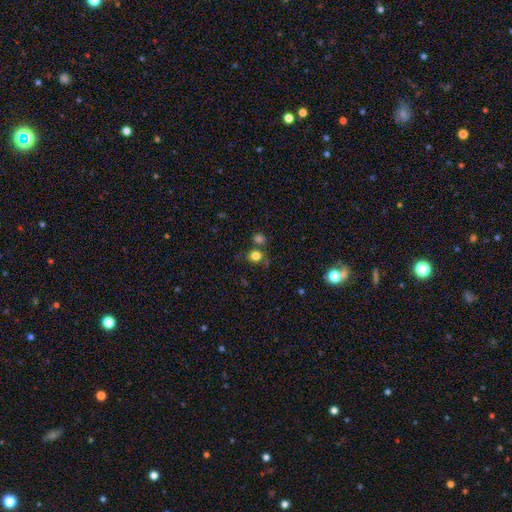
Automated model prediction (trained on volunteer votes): This is likely a smooth galaxy (78%). How rounded: clearly round (81%). Merging: likely none (62%).